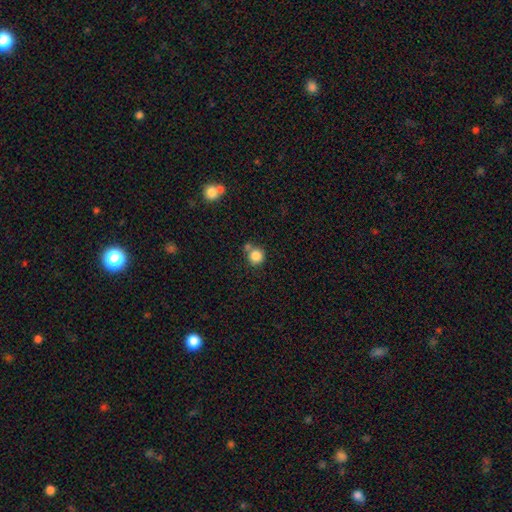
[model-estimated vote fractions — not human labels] Overall: smooth (84%). How rounded: round (92%). Merging: none (63%).